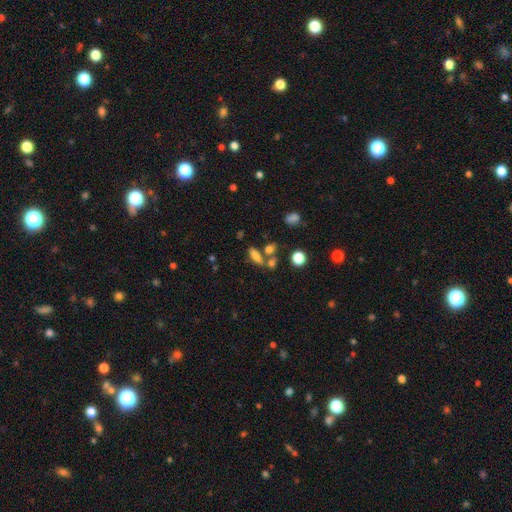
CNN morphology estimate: Q: Smooth or featured?
A: smooth (73%); runner-up: featured or disk (15%)
Q: How rounded?
A: in between (62%); runner-up: cigar-shaped (31%)
Q: Merging?
A: none (54%); runner-up: merger (28%)